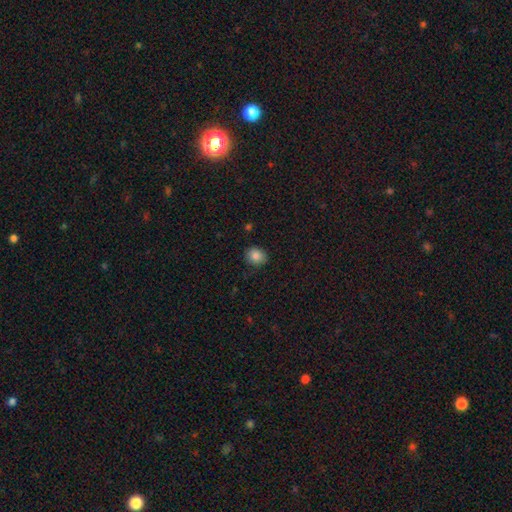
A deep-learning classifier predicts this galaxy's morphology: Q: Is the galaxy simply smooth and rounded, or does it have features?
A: smooth — 85%.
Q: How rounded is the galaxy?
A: round — 69%.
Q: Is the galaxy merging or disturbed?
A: none — 86%.